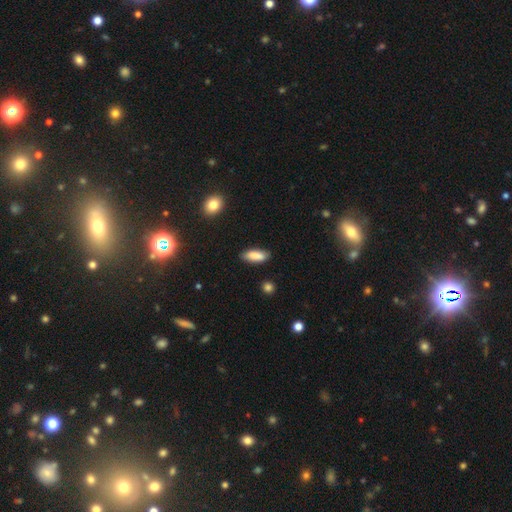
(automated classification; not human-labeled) smooth_or_featured: smooth (p=0.87) [alt: star or artifact p=0.07]
how_rounded: in between (p=0.71) [alt: cigar-shaped p=0.27]
merging: none (p=0.83) [alt: minor disturbance p=0.13]